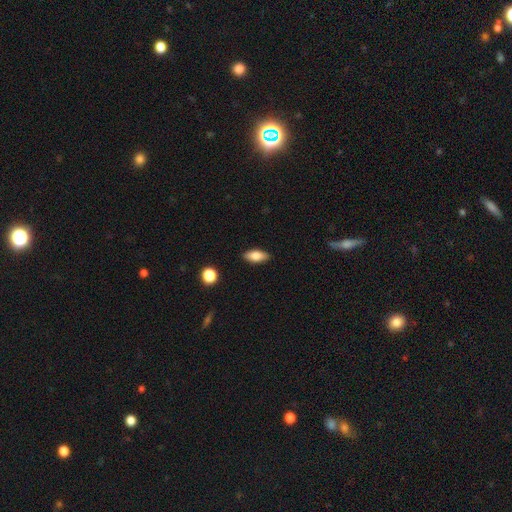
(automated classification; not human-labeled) This appears to be a smooth galaxy with no disk features (79%) that is in between round and cigar-shaped (84%). Merging: none (88%).